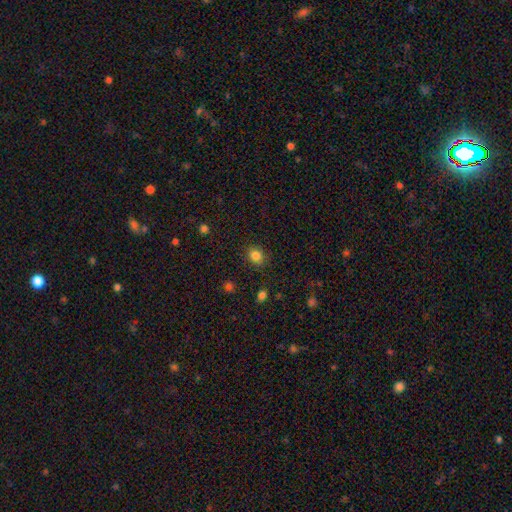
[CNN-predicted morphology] smooth-or-featured: smooth: 84% | star or artifact: 11% | featured or disk: 5%
  how-rounded: round: 62% | in between: 37% | cigar-shaped: 1%
  merging: none: 86% | minor disturbance: 10% | major disturbance: 3% | merger: 1%